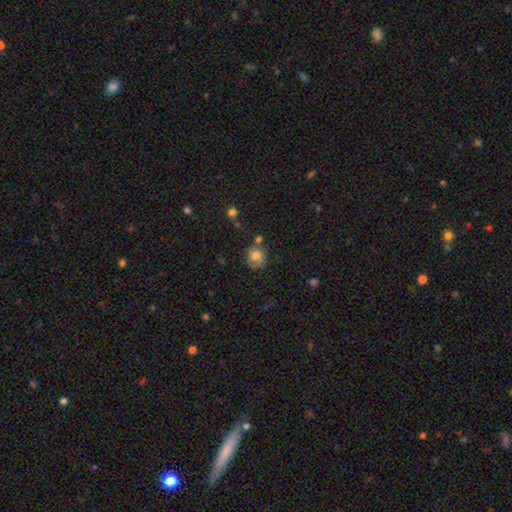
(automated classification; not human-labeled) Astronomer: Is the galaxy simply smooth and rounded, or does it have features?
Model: smooth — 67%.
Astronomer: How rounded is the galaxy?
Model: round — 76%.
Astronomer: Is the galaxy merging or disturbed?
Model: none — 58%.